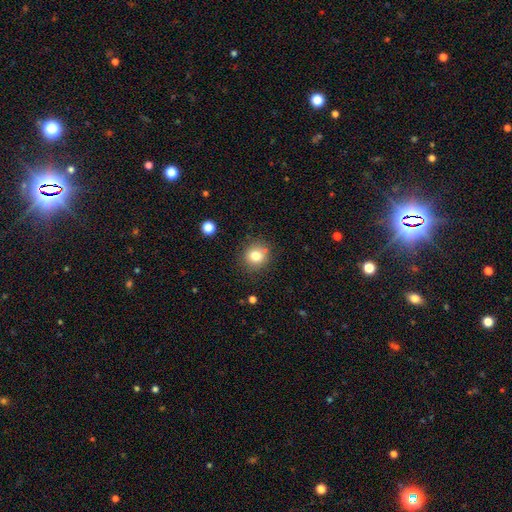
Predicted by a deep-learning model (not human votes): smooth 79%, star or artifact 12%, featured or disk 9%. Down the decision tree: how rounded — round (87%); merging — none (83%).